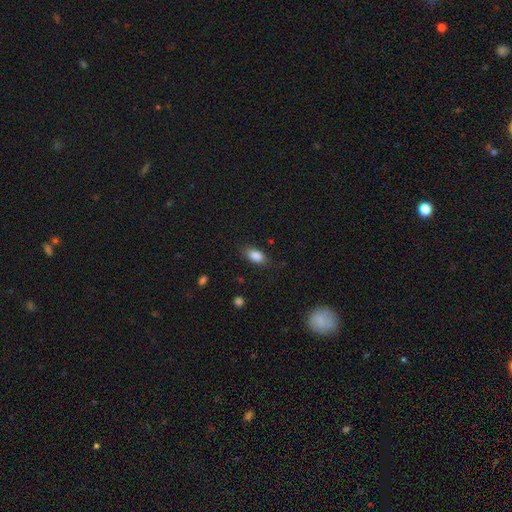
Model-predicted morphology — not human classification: Smooth or featured?
  - smooth: 87% *
  - star or artifact: 8%
  - featured or disk: 6%
How rounded?
  - in between: 89% *
  - cigar-shaped: 6%
  - round: 5%
Merging?
  - none: 81% *
  - minor disturbance: 14%
  - major disturbance: 4%
  - merger: 1%